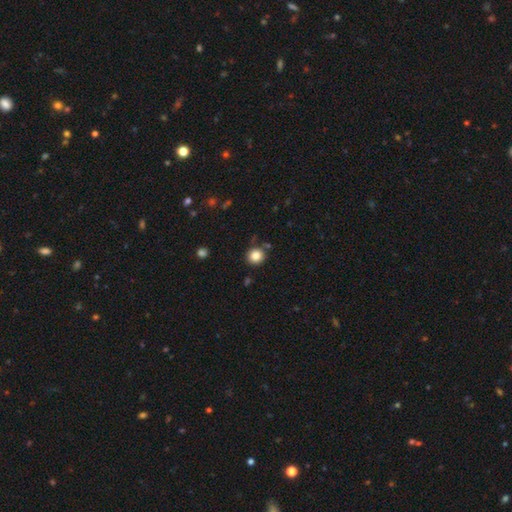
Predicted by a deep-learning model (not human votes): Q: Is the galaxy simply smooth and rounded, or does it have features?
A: smooth — 85%.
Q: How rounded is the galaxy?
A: round — 91%.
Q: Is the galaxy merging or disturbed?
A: none — 84%.